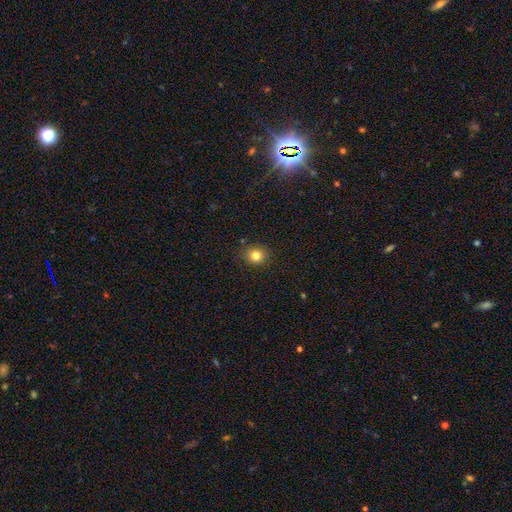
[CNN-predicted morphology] The model was most divided on "how rounded": round: 79%, in between: 20%, cigar-shaped: 1%. More confident: merging — none (87%); smooth or featured — smooth (81%).